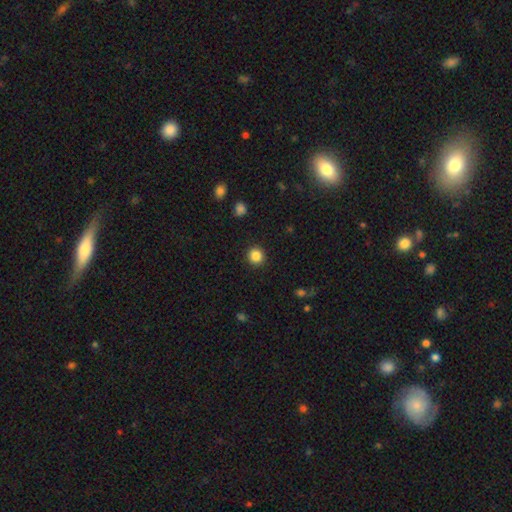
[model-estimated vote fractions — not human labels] Q: Smooth or featured?
A: smooth (85%); runner-up: star or artifact (11%)
Q: How rounded?
A: round (93%); runner-up: in between (6%)
Q: Merging?
A: none (92%); runner-up: minor disturbance (5%)